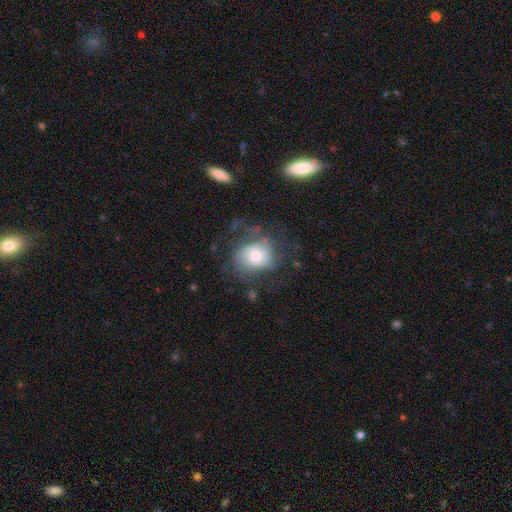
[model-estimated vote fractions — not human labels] Smooth or featured?
  - featured or disk: 55% *
  - smooth: 36%
  - star or artifact: 9%
Edge-on disk?
  - no: 97% *
  - yes: 3%
Bar?
  - no: 76% *
  - weak: 21%
  - strong: 3%
Spiral arms?
  - yes: 81% *
  - no: 19%
Bulge size?
  - moderate: 36% *
  - large: 34%
  - small: 20%
  - dominant: 7%
  - none: 4%
Merging?
  - none: 47% *
  - major disturbance: 28%
  - minor disturbance: 23%
  - merger: 2%